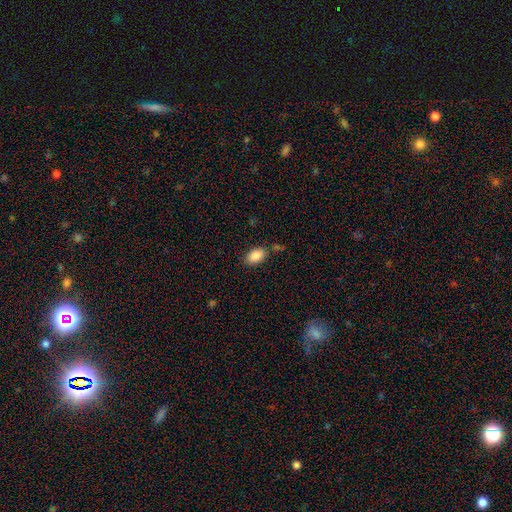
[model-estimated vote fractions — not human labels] smooth_or_featured: smooth (p=0.88) [alt: star or artifact p=0.08]
how_rounded: in between (p=0.92) [alt: round p=0.06]
merging: none (p=0.78) [alt: minor disturbance p=0.13]